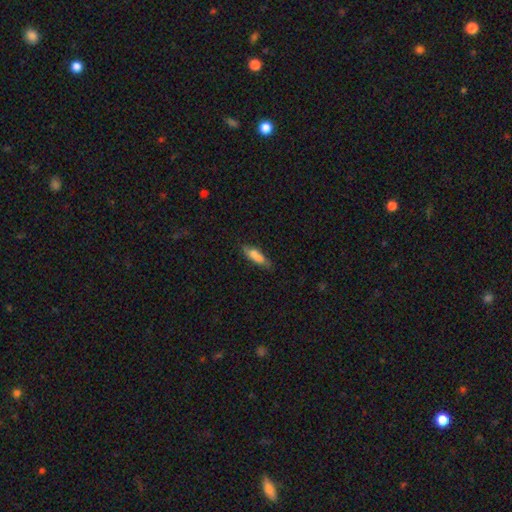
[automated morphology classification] smooth-or-featured: smooth: 74% | featured or disk: 18% | star or artifact: 8%
  how-rounded: cigar-shaped: 55% | in between: 43% | round: 2%
  merging: none: 64% | minor disturbance: 23% | merger: 7% | major disturbance: 6%